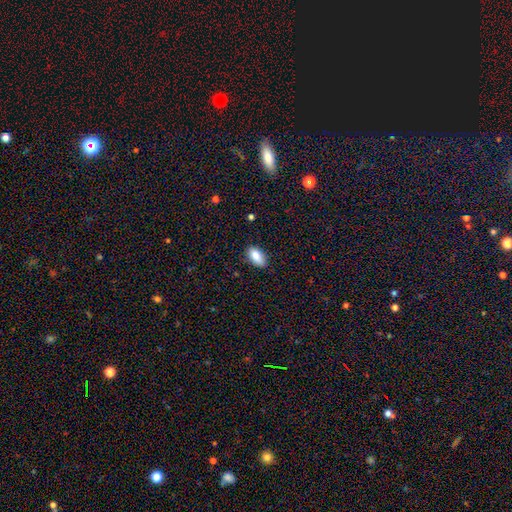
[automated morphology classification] type=smooth (84%); roundness=in between (92%); merging=none (85%).